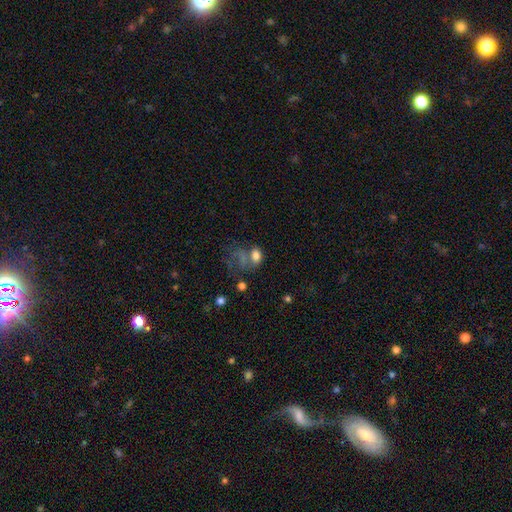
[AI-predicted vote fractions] Morphology: type=smooth (71%); roundness=in between (75%); merging=none (30%).